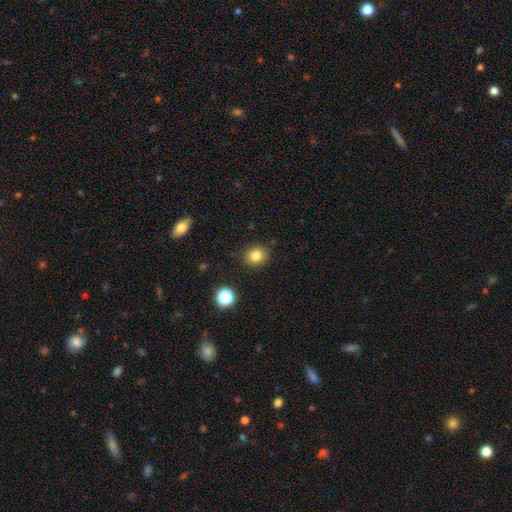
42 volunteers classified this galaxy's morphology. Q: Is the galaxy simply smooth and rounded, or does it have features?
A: smooth — 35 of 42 (83%).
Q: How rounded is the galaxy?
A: round — 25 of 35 (71%).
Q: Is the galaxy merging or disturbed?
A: none — 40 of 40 (100%).